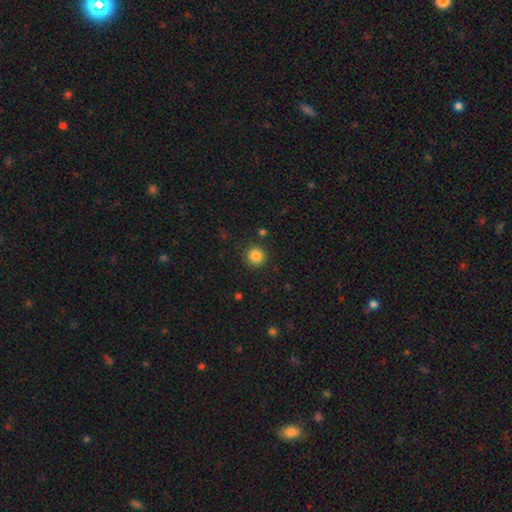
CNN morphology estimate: Overall: smooth (85%). How rounded: round (94%). Merging: none (89%).